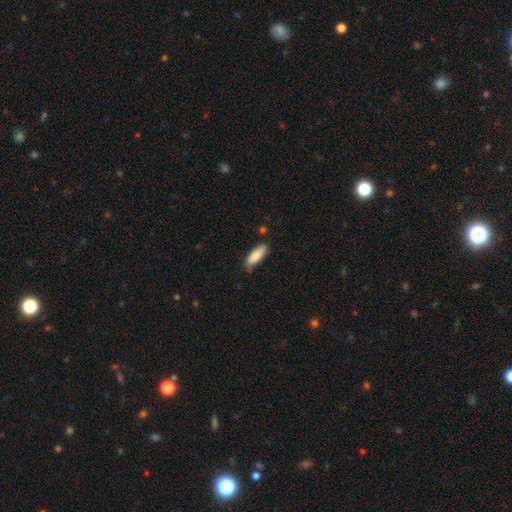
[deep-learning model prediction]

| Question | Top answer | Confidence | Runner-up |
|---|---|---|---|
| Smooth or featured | smooth | 84% | featured or disk (10%) |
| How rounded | in between | 68% | cigar-shaped (30%) |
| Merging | none | 78% | minor disturbance (17%) |